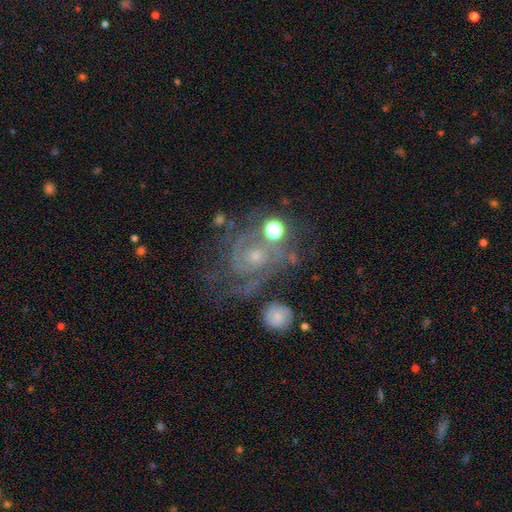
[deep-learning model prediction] Smooth or featured? featured or disk (81%)
Edge-on disk? no (97%)
Bar? no (71%)
Spiral arms? yes (94%)
Spiral winding? tight (58%)
Spiral arm count? 2 (41%)
Bulge size? small (64%)
Merging? none (55%)